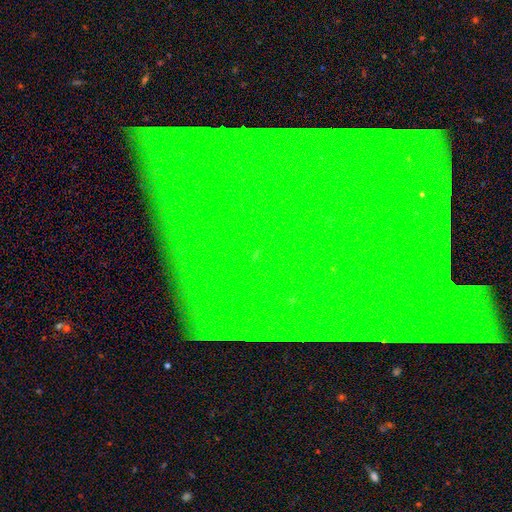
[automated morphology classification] type=star or artifact (84%).